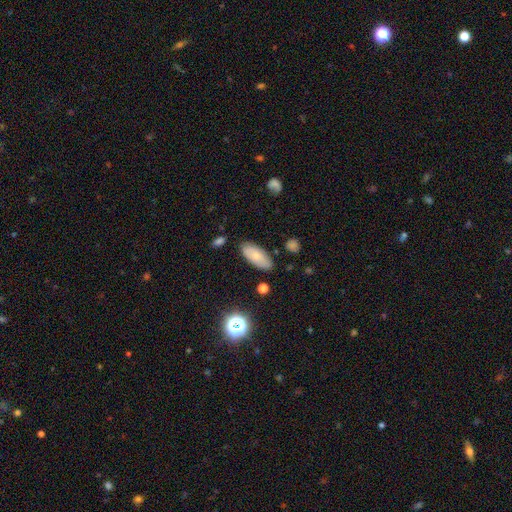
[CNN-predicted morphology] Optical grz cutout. It shows a smooth galaxy with no disk features (71%) that is in between round and cigar-shaped (85%). Merging: none (83%).